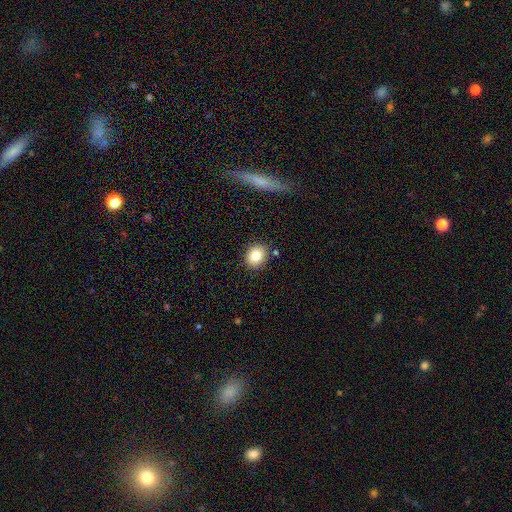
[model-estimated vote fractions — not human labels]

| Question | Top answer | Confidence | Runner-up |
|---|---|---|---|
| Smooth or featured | smooth | 81% | star or artifact (10%) |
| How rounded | round | 64% | in between (35%) |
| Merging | none | 83% | minor disturbance (10%) |